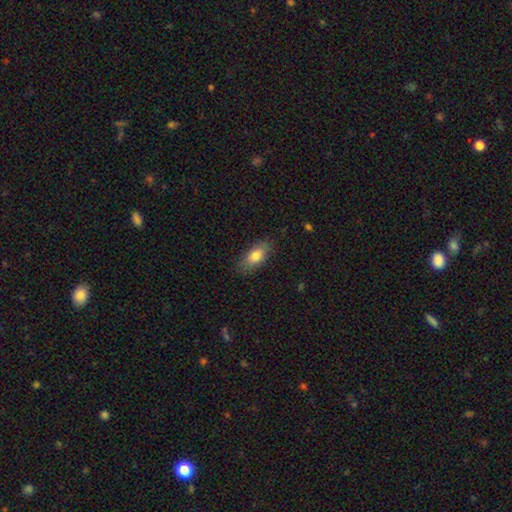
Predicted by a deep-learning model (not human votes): A smooth galaxy with no disk features (79%) that is in between round and cigar-shaped (85%).

Vote fractions:
- Smooth or featured? smooth: 79% / featured or disk: 14% / star or artifact: 7%
- How rounded? in between: 85% / cigar-shaped: 10% / round: 4%
- Merging? none: 82% / minor disturbance: 14% / major disturbance: 3% / merger: 1%